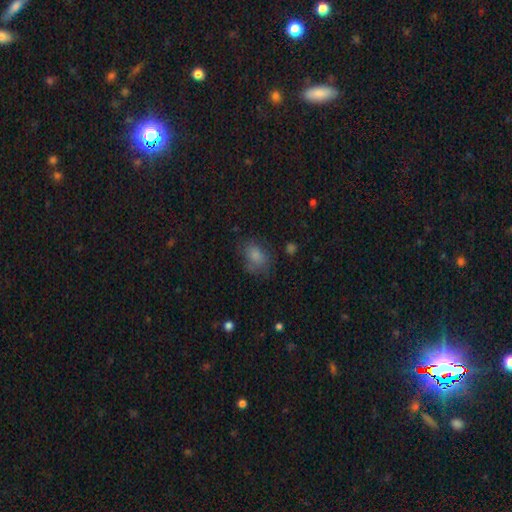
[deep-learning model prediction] This is likely a smooth galaxy (79%). How rounded: likely in between (73%). Merging: likely none (61%).